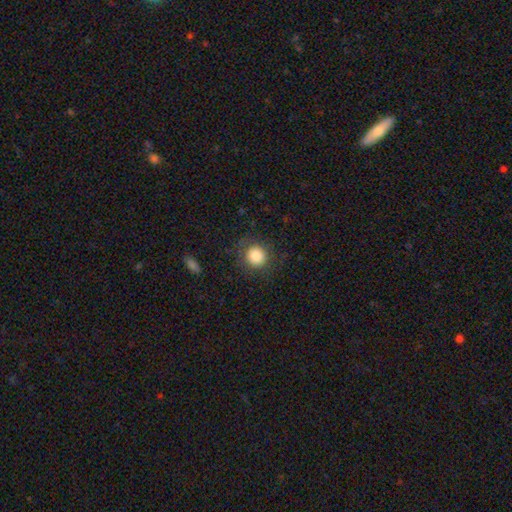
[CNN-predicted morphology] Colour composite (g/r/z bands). It shows a smooth galaxy with no disk features (84%) that is round (92%). Merging: none (84%).